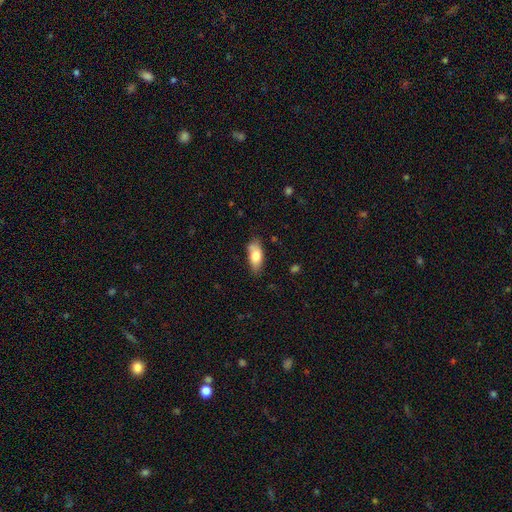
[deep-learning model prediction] Smooth or featured: smooth — 78% (featured or disk — 15%)
How rounded: in between — 85% (cigar-shaped — 12%)
Merging: none — 70% (minor disturbance — 22%)